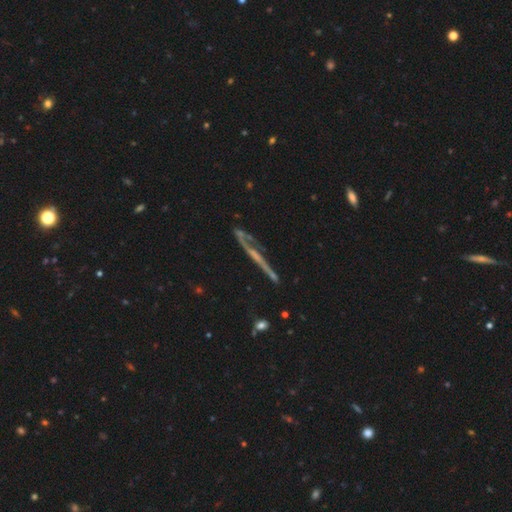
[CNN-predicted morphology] Smooth or featured?
  - featured or disk: 73% *
  - smooth: 16%
  - star or artifact: 11%
Edge-on disk?
  - yes: 80% *
  - no: 20%
Edge-on bulge?
  - none: 59% *
  - rounded: 30%
  - boxy: 10%
Merging?
  - none: 59% *
  - minor disturbance: 21%
  - major disturbance: 13%
  - merger: 7%